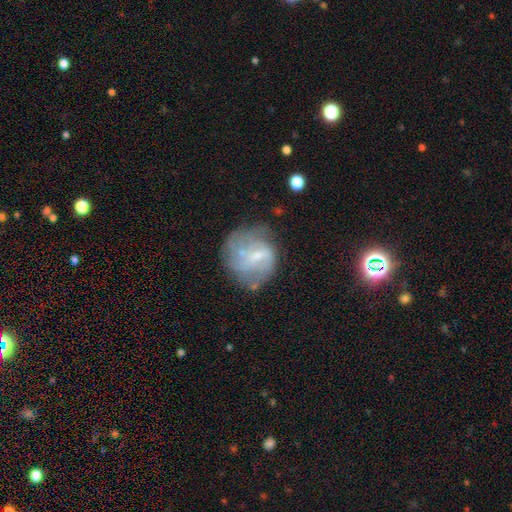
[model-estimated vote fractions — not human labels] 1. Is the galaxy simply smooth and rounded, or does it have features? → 59% featured or disk, 32% smooth, 9% star or artifact.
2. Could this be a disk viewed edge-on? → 98% no, 2% yes.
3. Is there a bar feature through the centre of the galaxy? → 48% weak, 40% no, 11% strong.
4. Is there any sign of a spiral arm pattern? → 64% yes, 36% no.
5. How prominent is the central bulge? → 57% small, 23% moderate, 17% none, 2% large, 1% dominant.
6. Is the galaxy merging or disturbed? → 51% none, 25% minor disturbance, 19% major disturbance, 5% merger.